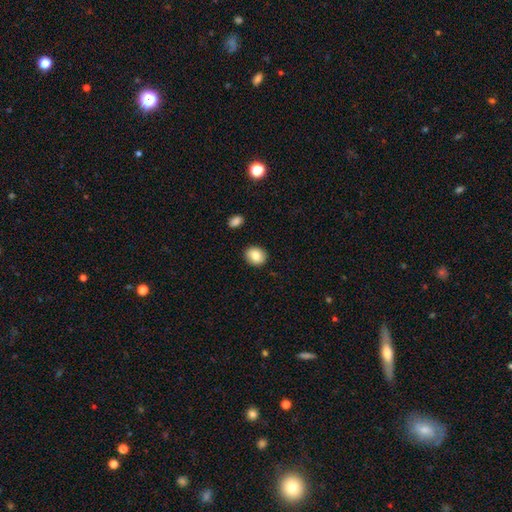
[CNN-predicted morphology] smooth_or_featured: smooth (p=0.83) [alt: featured or disk p=0.09]
how_rounded: round (p=0.66) [alt: in between p=0.33]
merging: none (p=0.89) [alt: minor disturbance p=0.08]